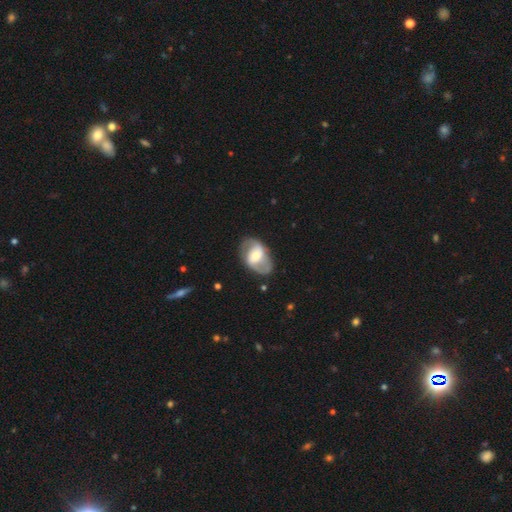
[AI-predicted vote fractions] smooth-or-featured: featured or disk: 71% | smooth: 24% | star or artifact: 5%
  disk-edge-on: no: 95% | yes: 5%
    bar: weak: 39% | strong: 31% | no: 30%
    has-spiral-arms: yes: 75% | no: 25%
      spiral-winding: medium: 42% | loose: 38% | tight: 20%
      spiral-arm-count: 2: 86% | can't tell: 8% | 1: 3% | 3: 1% | 4: 1% | more than 4: 1%
    bulge-size: moderate: 59% | small: 27% | large: 10% | dominant: 1% | none: 1%
  merging: none: 75% | minor disturbance: 16% | major disturbance: 7% | merger: 2%